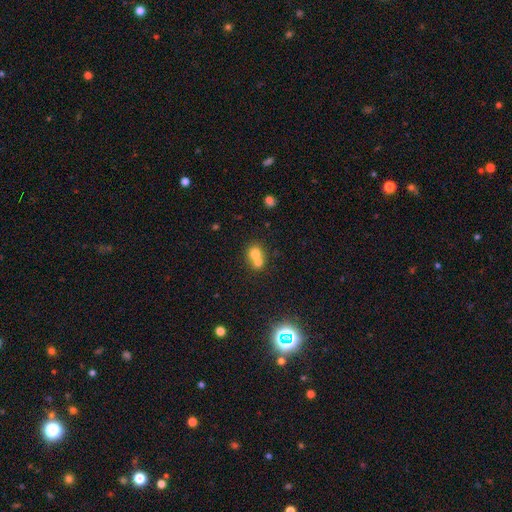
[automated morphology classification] Q: Smooth or featured?
A: smooth (72%); runner-up: featured or disk (16%)
Q: How rounded?
A: round (76%); runner-up: in between (23%)
Q: Merging?
A: merger (66%); runner-up: none (27%)